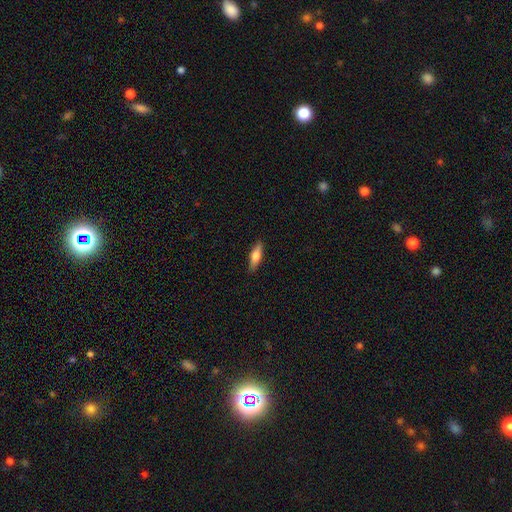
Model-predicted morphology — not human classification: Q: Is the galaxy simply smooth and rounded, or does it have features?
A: smooth — 69%.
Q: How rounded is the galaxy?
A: cigar-shaped — 53%.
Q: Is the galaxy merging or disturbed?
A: none — 87%.